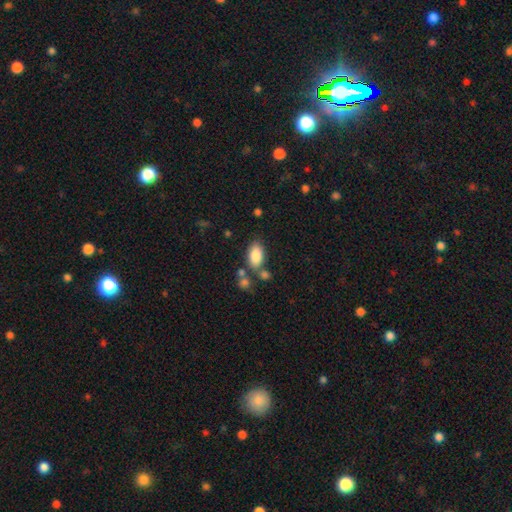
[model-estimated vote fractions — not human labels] The model was most divided on "merging": none: 67%, minor disturbance: 15%, merger: 13%, major disturbance: 5%. More confident: how rounded — in between (93%); smooth or featured — smooth (85%).